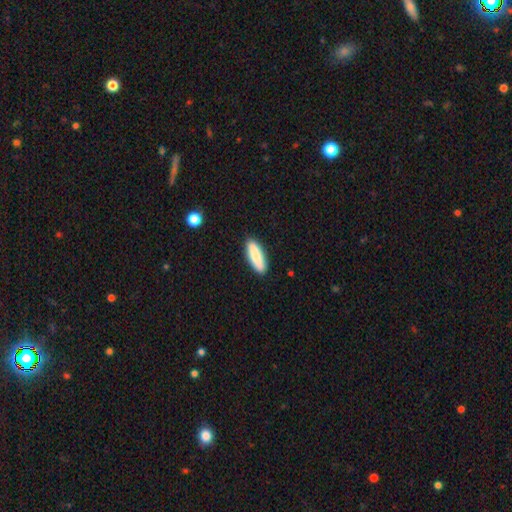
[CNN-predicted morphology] This appears to be a smooth galaxy with no disk features (85%) that is cigar-shaped (52%). Merging: none (89%).